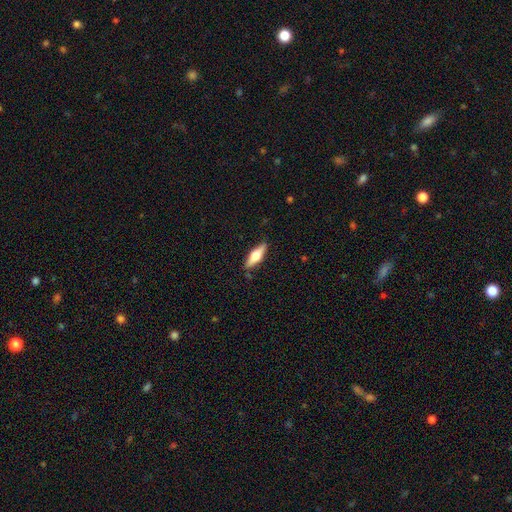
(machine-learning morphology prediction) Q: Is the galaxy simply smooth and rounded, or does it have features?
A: featured or disk — 48%.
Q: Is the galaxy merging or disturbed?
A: none — 87%.